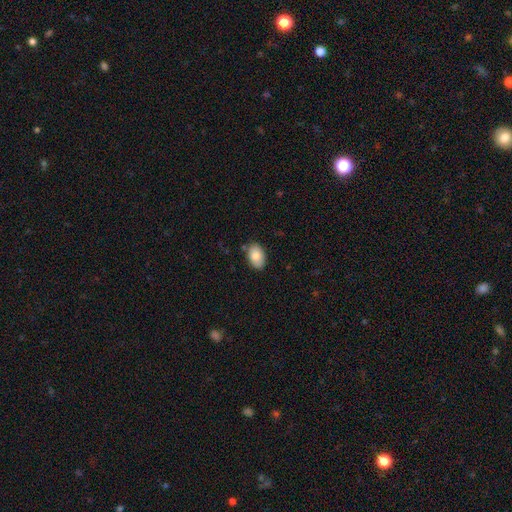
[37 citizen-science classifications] A smooth galaxy with no disk features (95%) that is in between round and cigar-shaped (94%).

Vote fractions:
- Smooth or featured? smooth: 95% / featured or disk: 5% / star or artifact: 0%
- How rounded? in between: 94% / round: 6% / cigar-shaped: 0%
- Merging? none: 89% / minor disturbance: 8% / major disturbance: 3% / merger: 0%